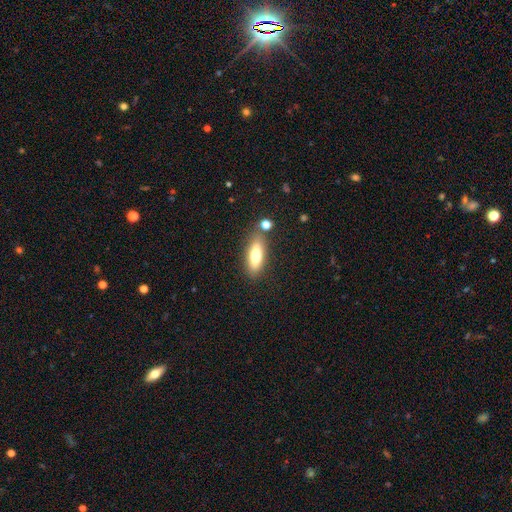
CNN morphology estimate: type=smooth (72%); roundness=in between (64%); merging=none (78%).